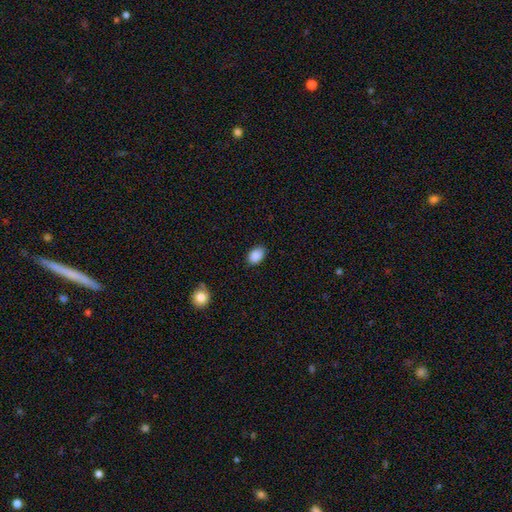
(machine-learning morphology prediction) This appears to be a smooth galaxy with no disk features (89%) that is in between round and cigar-shaped (82%). Merging: none (83%).